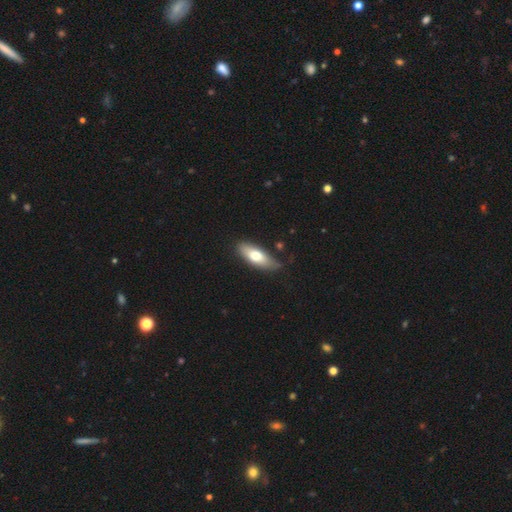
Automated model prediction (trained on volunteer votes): A smooth galaxy with no disk features (68%) that is in between round and cigar-shaped (67%).

Vote fractions:
- Smooth or featured? smooth: 68% / featured or disk: 26% / star or artifact: 6%
- How rounded? in between: 67% / cigar-shaped: 30% / round: 2%
- Merging? none: 74% / minor disturbance: 20% / major disturbance: 4% / merger: 2%